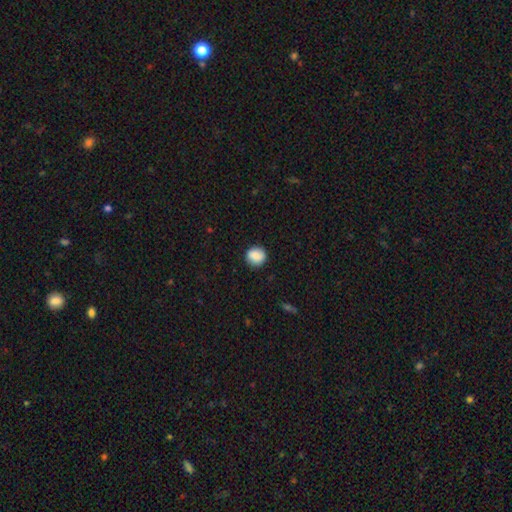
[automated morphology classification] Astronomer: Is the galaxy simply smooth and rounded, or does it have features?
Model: smooth — 87%.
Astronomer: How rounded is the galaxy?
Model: round — 88%.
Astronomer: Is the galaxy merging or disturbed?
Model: none — 88%.